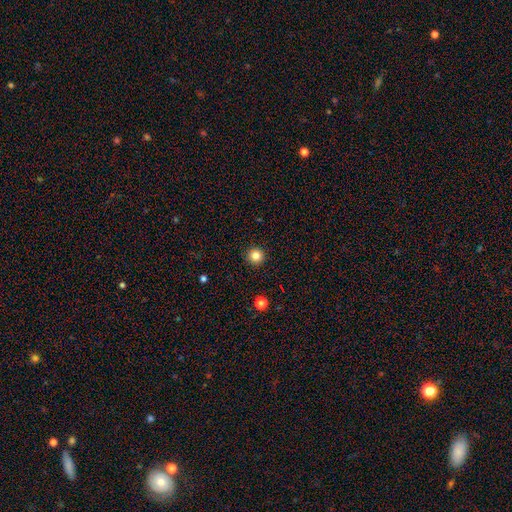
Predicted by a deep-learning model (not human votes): smooth 84%, star or artifact 12%, featured or disk 5%. Down the decision tree: how rounded — round (96%); merging — none (93%).